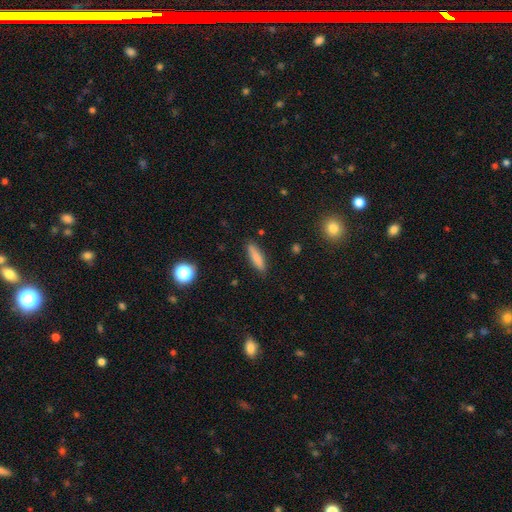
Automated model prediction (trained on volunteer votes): Overall: smooth (82%). How rounded: cigar-shaped (72%). Merging: none (88%).